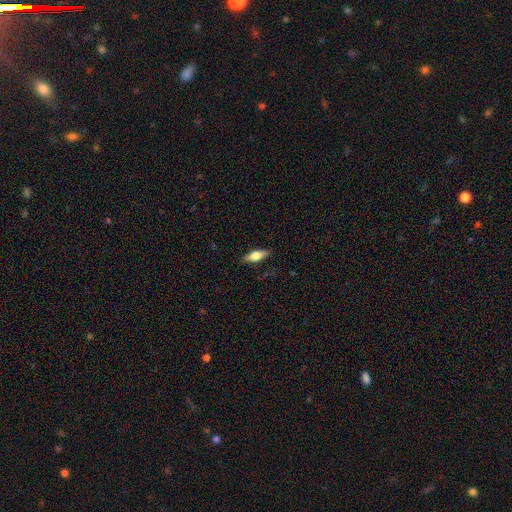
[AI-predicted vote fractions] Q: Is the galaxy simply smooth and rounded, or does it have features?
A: smooth — 57%.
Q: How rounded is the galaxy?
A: in between — 60%.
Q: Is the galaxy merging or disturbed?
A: none — 86%.